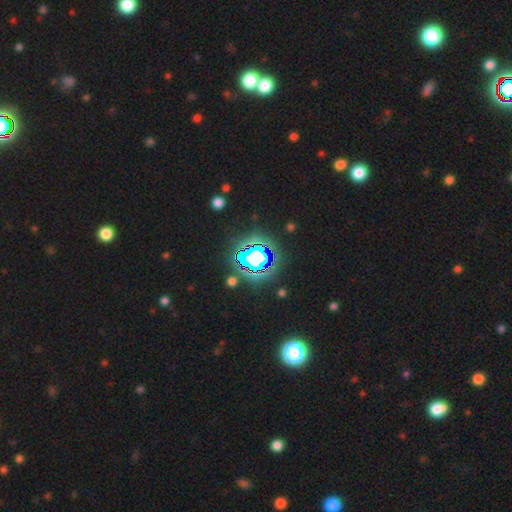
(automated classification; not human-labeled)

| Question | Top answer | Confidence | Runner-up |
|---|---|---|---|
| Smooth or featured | star or artifact | 68% | smooth (18%) |